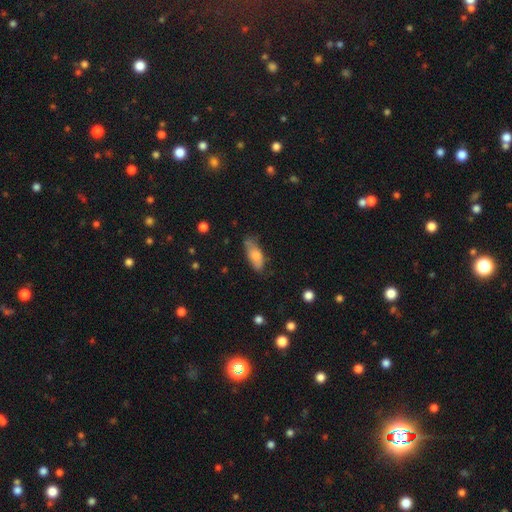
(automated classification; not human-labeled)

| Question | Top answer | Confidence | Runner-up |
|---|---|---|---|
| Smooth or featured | smooth | 71% | featured or disk (23%) |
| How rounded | in between | 73% | cigar-shaped (24%) |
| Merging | none | 62% | minor disturbance (28%) |